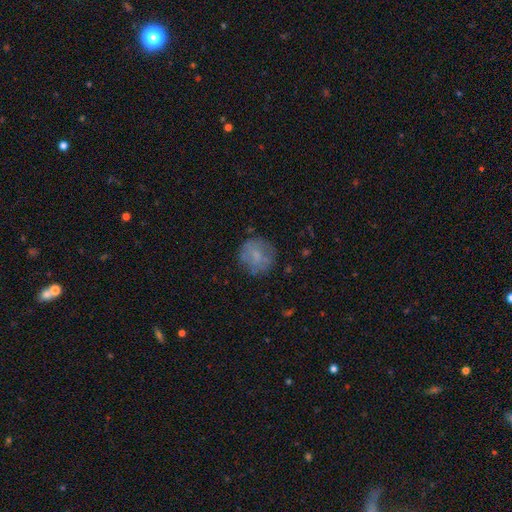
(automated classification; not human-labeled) Smooth or featured? Predicted: smooth (p=0.61). How rounded? Predicted: round (p=0.88). Merging? Predicted: none (p=0.74).